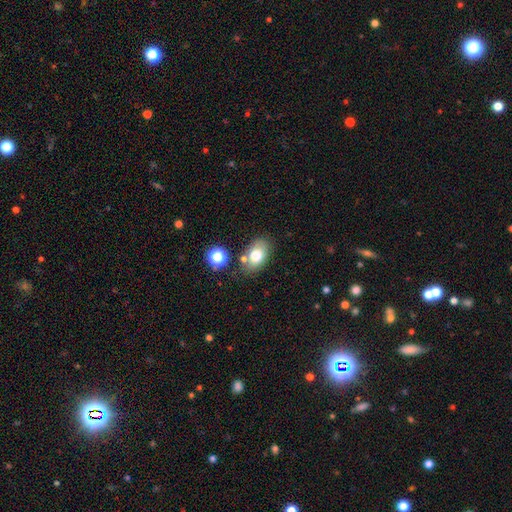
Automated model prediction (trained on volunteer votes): Smooth or featured? Predicted: smooth (p=0.74). How rounded? Predicted: in between (p=0.85). Merging? Predicted: none (p=0.72).